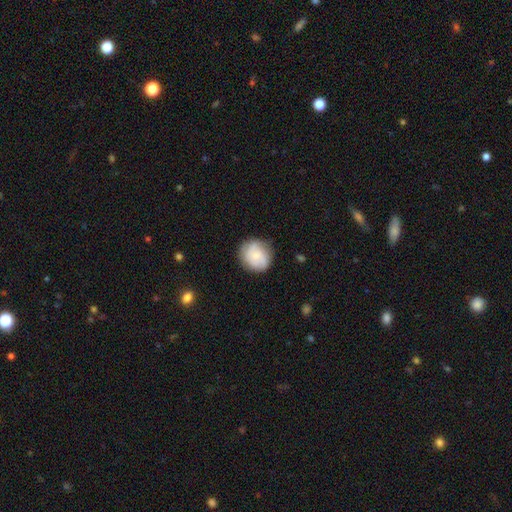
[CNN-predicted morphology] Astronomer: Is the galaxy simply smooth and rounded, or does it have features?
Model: smooth — 61%.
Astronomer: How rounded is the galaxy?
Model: round — 82%.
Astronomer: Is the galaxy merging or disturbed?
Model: none — 77%.